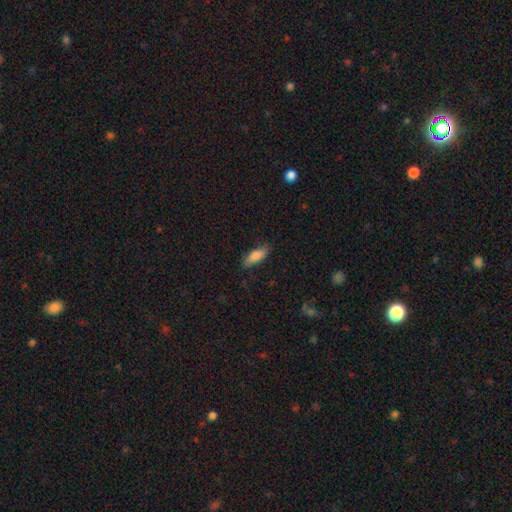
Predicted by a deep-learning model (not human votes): A smooth galaxy with no disk features (83%) that is in between round and cigar-shaped (67%).

Vote fractions:
- Smooth or featured? smooth: 83% / featured or disk: 11% / star or artifact: 7%
- How rounded? in between: 67% / cigar-shaped: 31% / round: 2%
- Merging? none: 77% / minor disturbance: 18% / major disturbance: 4% / merger: 1%